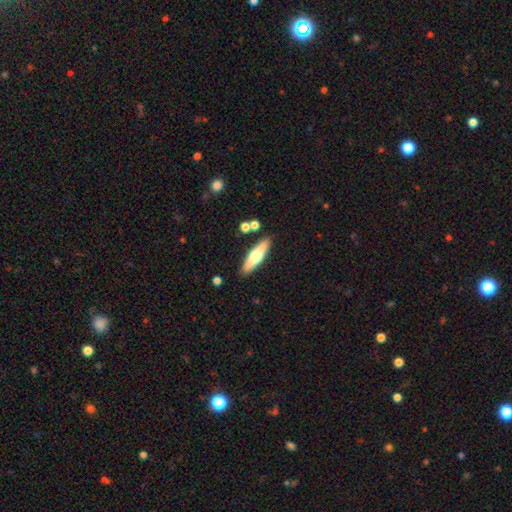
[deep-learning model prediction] A smooth galaxy with no disk features (53%) that is cigar-shaped (66%). Merging: none (86%).